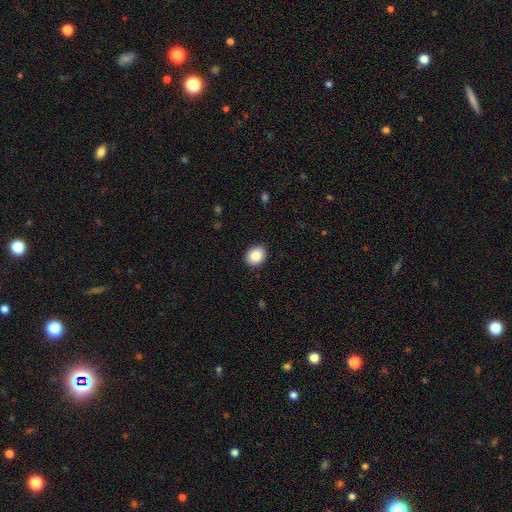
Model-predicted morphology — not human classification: The model was most divided on "how rounded": round: 59%, in between: 40%, cigar-shaped: 1%. More confident: merging — none (91%); smooth or featured — smooth (86%).